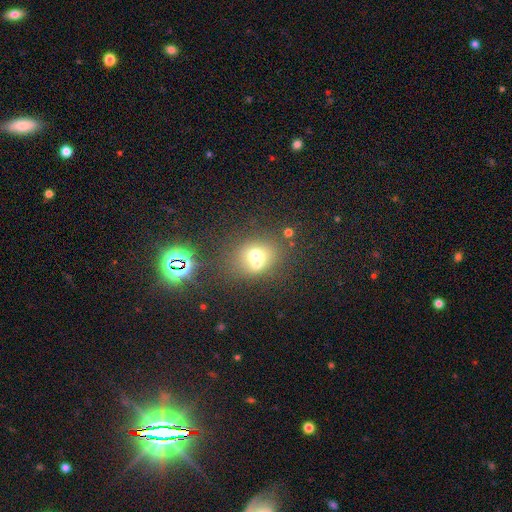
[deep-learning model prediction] smooth 62%, featured or disk 22%, star or artifact 16%. Down the decision tree: how rounded — round (60%); merging — merger (51%).